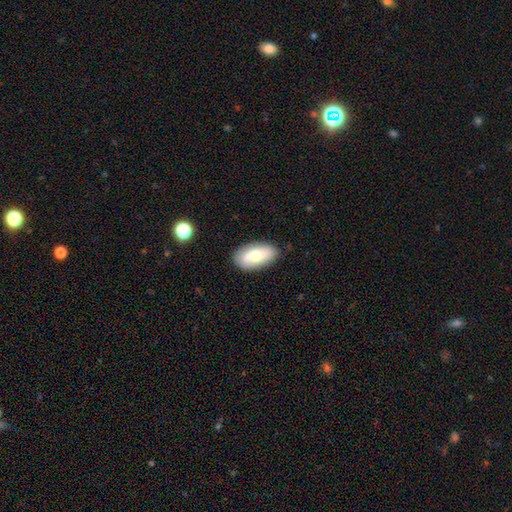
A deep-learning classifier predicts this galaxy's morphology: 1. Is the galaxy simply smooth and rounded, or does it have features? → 67% smooth, 26% featured or disk, 7% star or artifact.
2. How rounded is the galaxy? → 93% in between, 4% cigar-shaped, 3% round.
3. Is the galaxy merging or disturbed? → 84% none, 12% minor disturbance, 3% major disturbance, 1% merger.